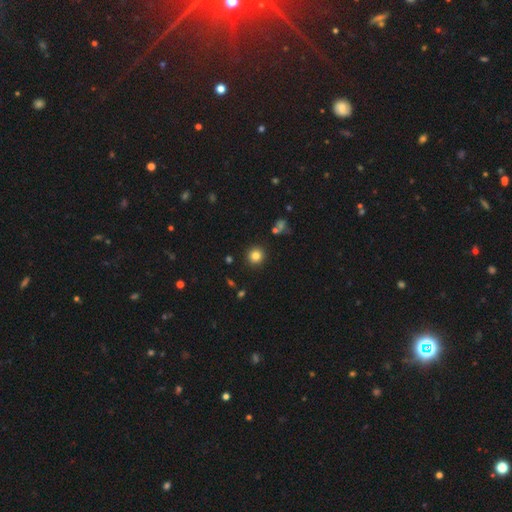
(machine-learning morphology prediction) The model was most divided on "smooth or featured": smooth: 81%, star or artifact: 12%, featured or disk: 6%. More confident: how rounded — round (93%); merging — none (90%).